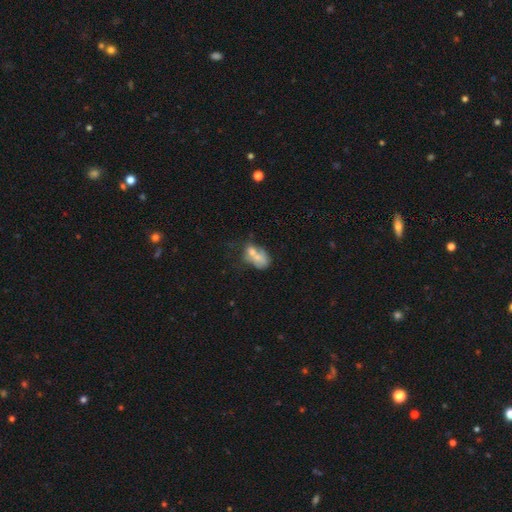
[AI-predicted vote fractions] Smooth or featured? Predicted: smooth (p=0.55). How rounded? Predicted: in between (p=0.79). Merging? Predicted: merger (p=0.54).